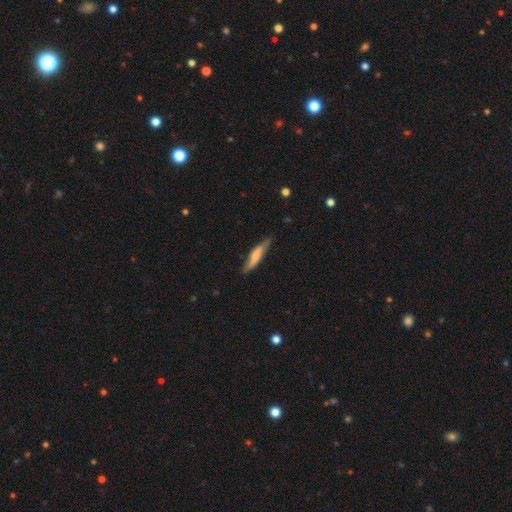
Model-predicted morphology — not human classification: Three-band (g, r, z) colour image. It shows a smooth galaxy with no disk features (57%) that is cigar-shaped (84%). Merging: none (76%).